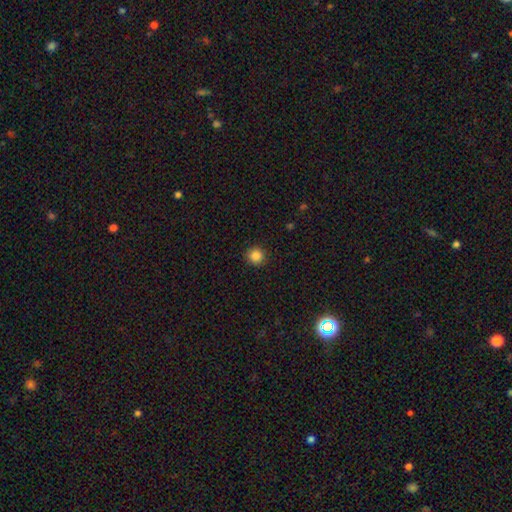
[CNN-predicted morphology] smooth_or_featured: smooth (p=0.86) [alt: star or artifact p=0.11]
how_rounded: round (p=0.94) [alt: in between p=0.05]
merging: none (p=0.92) [alt: minor disturbance p=0.05]